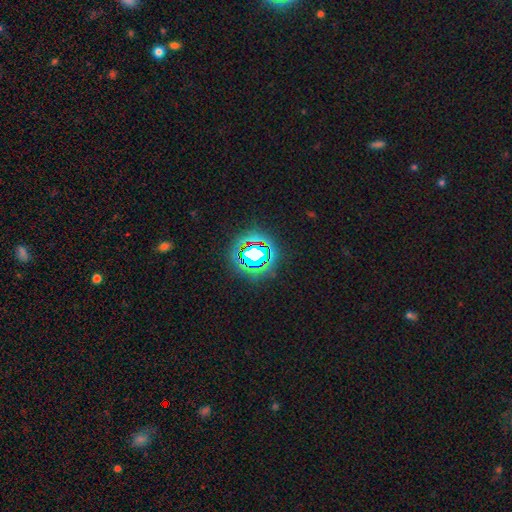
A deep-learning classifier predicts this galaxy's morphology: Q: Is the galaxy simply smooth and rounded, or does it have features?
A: star or artifact — 67%.